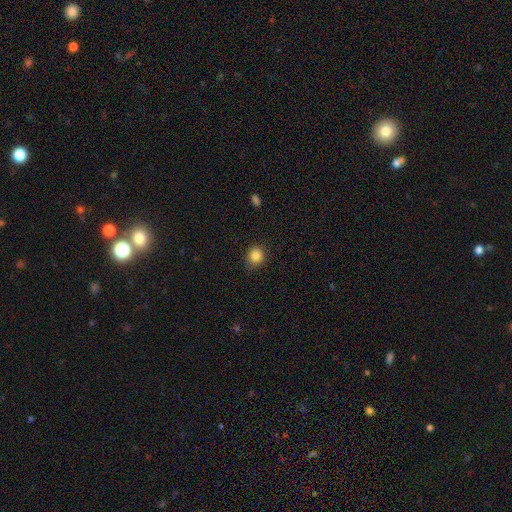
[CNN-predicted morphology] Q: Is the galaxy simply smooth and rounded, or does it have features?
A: smooth — 86%.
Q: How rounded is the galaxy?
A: round — 81%.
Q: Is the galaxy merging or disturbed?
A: none — 84%.